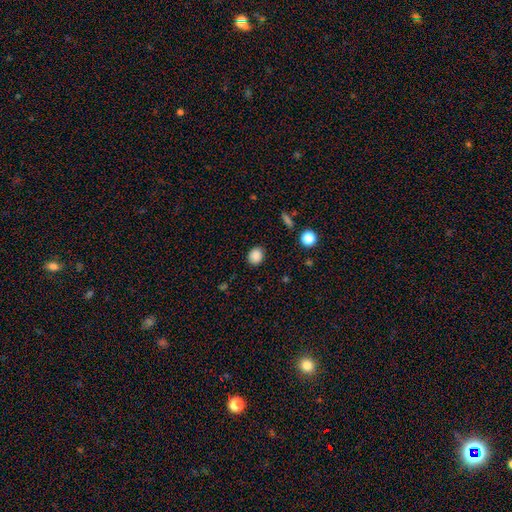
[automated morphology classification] type=smooth (87%); roundness=round (60%); merging=none (88%).